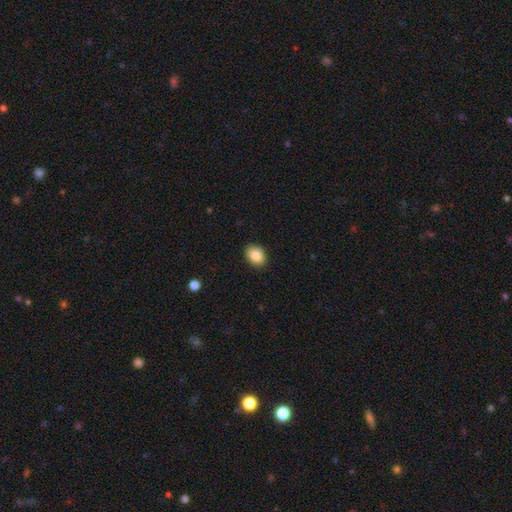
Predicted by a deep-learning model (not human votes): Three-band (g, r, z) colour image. It shows a smooth galaxy with no disk features (85%) that is in between round and cigar-shaped (68%). Merging: none (89%).